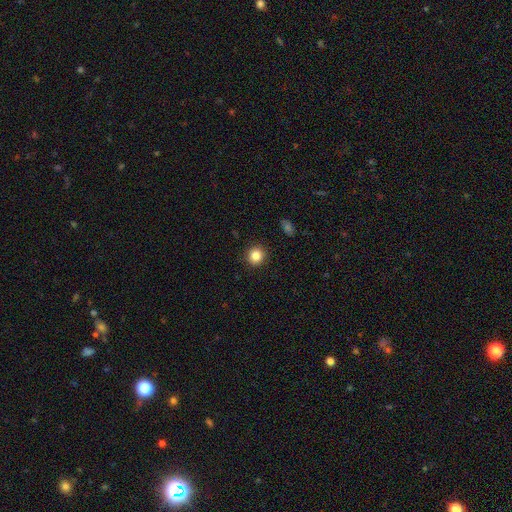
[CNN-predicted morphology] smooth-or-featured: smooth: 85% | star or artifact: 11% | featured or disk: 5%
  how-rounded: round: 91% | in between: 8% | cigar-shaped: 1%
  merging: none: 92% | minor disturbance: 5% | major disturbance: 2% | merger: 1%